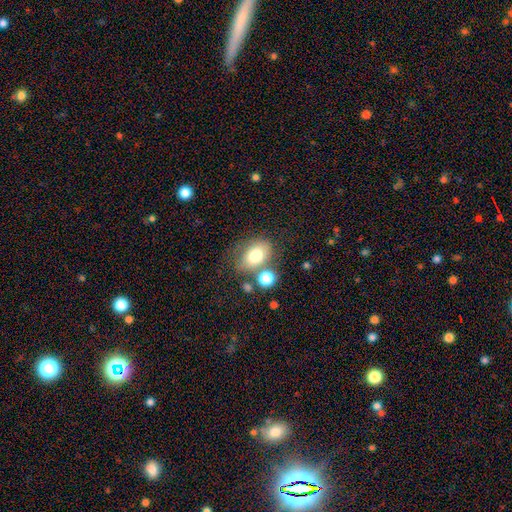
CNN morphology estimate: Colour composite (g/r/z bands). It shows a smooth galaxy with no disk features (73%) that is in between round and cigar-shaped (73%). Merging: none (59%).